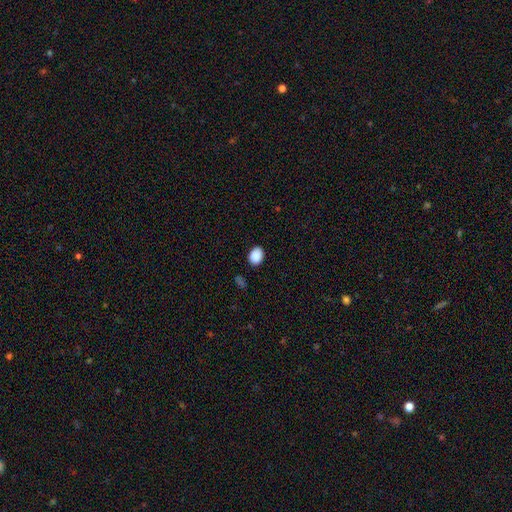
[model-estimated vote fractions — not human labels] Overall: smooth (89%). How rounded: in between (71%). Merging: none (86%).